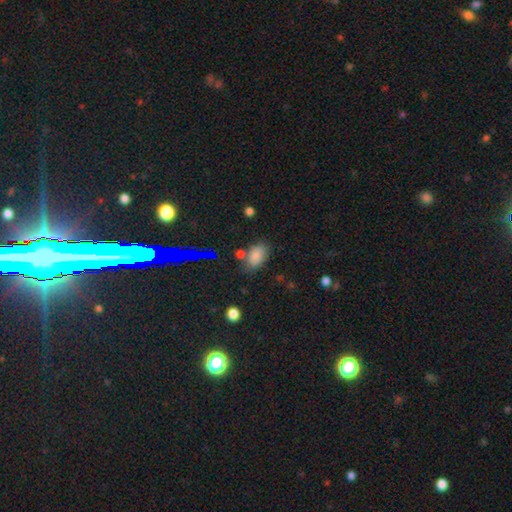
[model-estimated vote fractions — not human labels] smooth 79%, star or artifact 14%, featured or disk 7%. Down the decision tree: how rounded — in between (88%); merging — none (68%).